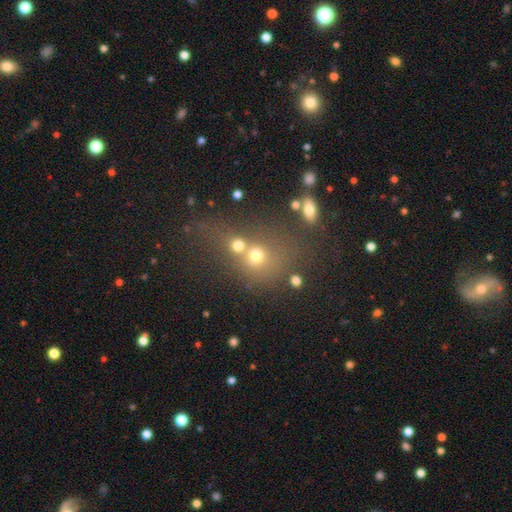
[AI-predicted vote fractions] smooth 62%, star or artifact 21%, featured or disk 17%. Down the decision tree: how rounded — round (73%); merging — merger (56%).